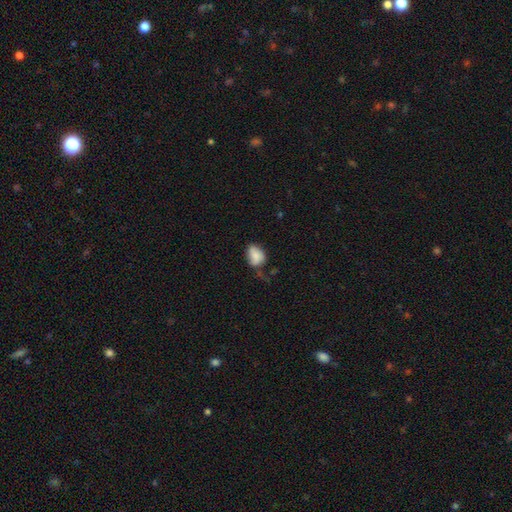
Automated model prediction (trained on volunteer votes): A smooth galaxy with no disk features (79%) that is in between round and cigar-shaped (78%). Merging: none (40%).